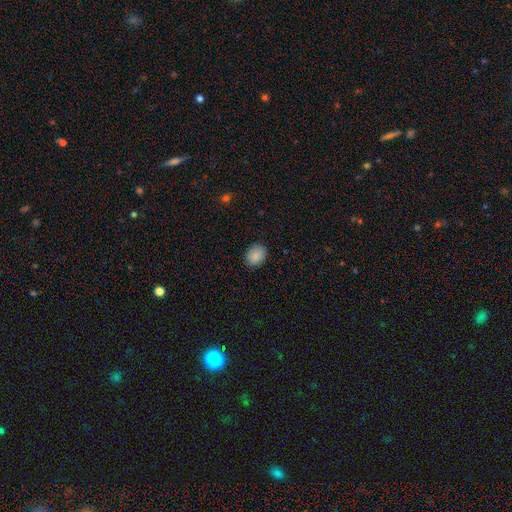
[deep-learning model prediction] Smooth or featured? smooth (88%)
How rounded? in between (53%)
Merging? none (86%)